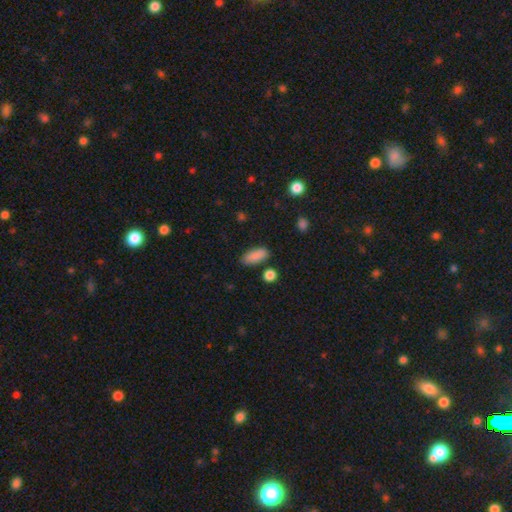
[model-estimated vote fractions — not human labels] This is clearly a smooth galaxy (89%). How rounded: clearly in between (84%). Merging: clearly none (82%).